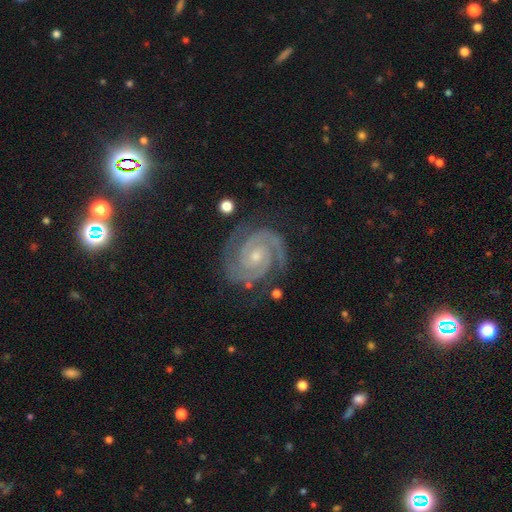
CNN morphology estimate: This appears to be a featured or disk galaxy (92%) with no bar (65%), 2 (90%) tight (72%) spiral arms (99%) and a small central bulge (65%). Merging: none (81%).